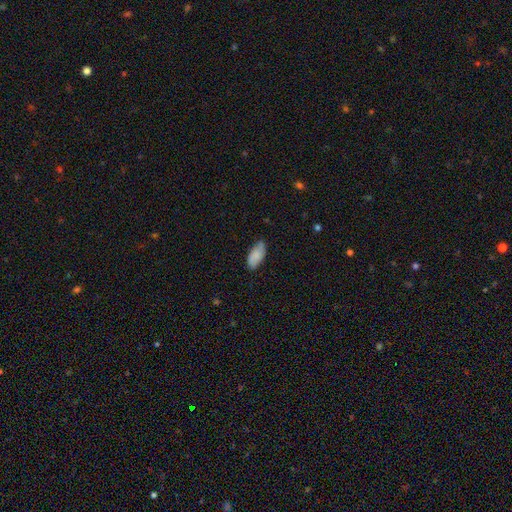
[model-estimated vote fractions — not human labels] This appears to be a smooth galaxy with no disk features (82%) that is in between round and cigar-shaped (90%). Merging: none (69%).